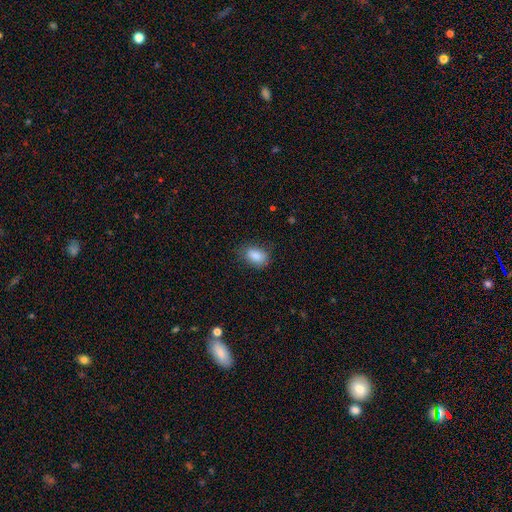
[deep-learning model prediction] Overall: smooth (87%). How rounded: in between (86%). Merging: none (74%).